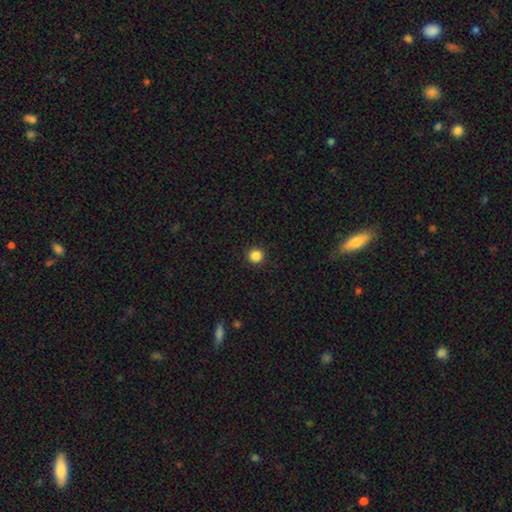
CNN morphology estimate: Smooth or featured? smooth (86%)
How rounded? round (95%)
Merging? none (93%)